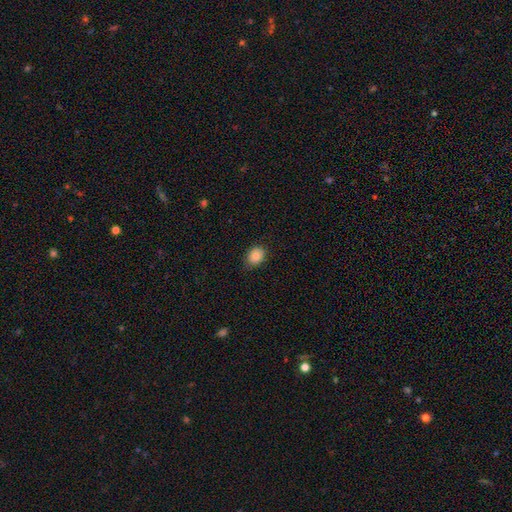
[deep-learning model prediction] This is clearly a smooth galaxy (84%). How rounded: possibly in between (56%). Merging: clearly none (83%).